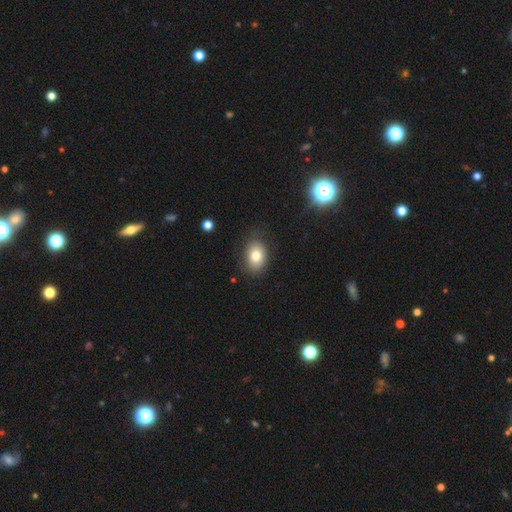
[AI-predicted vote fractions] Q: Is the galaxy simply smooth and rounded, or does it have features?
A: smooth — 78%.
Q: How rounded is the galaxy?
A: in between — 74%.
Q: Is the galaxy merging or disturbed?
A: none — 78%.